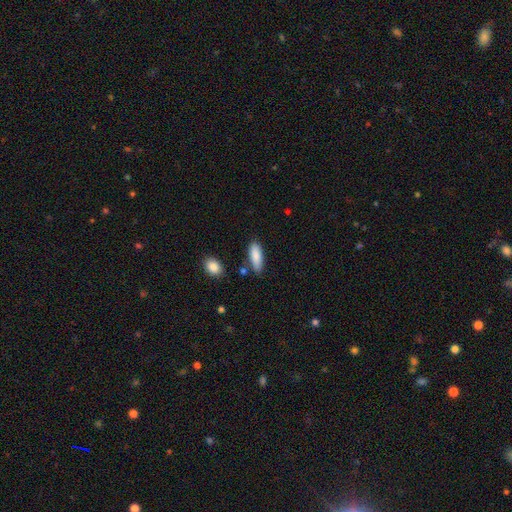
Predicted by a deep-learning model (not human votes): The model was most divided on "how rounded": in between: 65%, cigar-shaped: 33%, round: 2%. More confident: smooth or featured — smooth (86%); merging — none (76%).